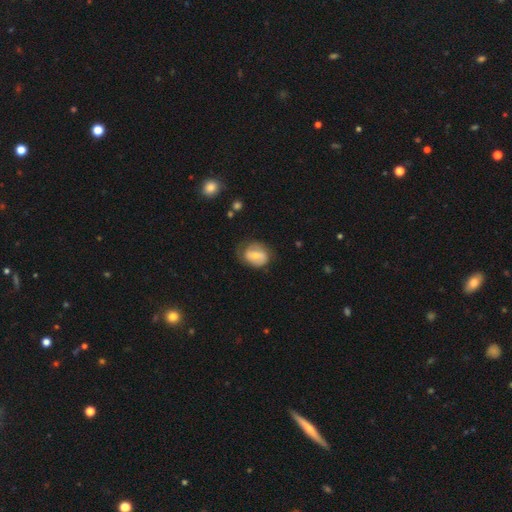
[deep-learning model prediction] smooth-or-featured: smooth: 48% | featured or disk: 45% | star or artifact: 7%
  merging: none: 58% | minor disturbance: 28% | major disturbance: 12% | merger: 2%